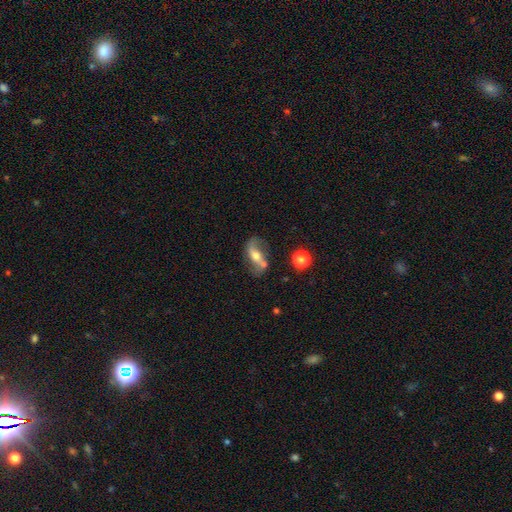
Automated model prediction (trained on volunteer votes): Overall: featured or disk (67%). Edge-on disk: no (88%). Bar: no (37%; strong 32%). Spiral arms: yes (79%). Bulge size: moderate (66%). Merging: none (60%).